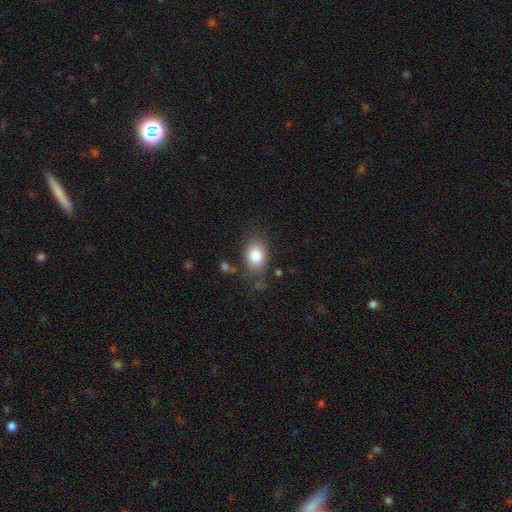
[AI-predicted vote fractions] This is clearly a smooth galaxy (82%). How rounded: likely in between (73%). Merging: likely none (71%).